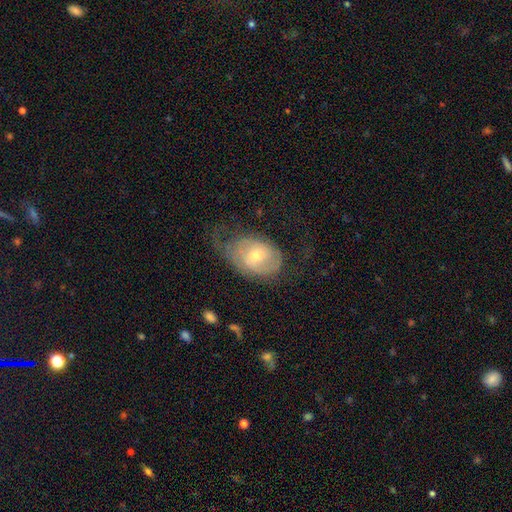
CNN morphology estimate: Q: Smooth or featured?
A: featured or disk (56%); runner-up: smooth (37%)
Q: Edge-on disk?
A: no (94%); runner-up: yes (6%)
Q: Bar?
A: no (67%); runner-up: weak (28%)
Q: Spiral arms?
A: yes (71%); runner-up: no (29%)
Q: Bulge size?
A: moderate (58%); runner-up: small (37%)
Q: Merging?
A: none (38%); runner-up: major disturbance (30%)